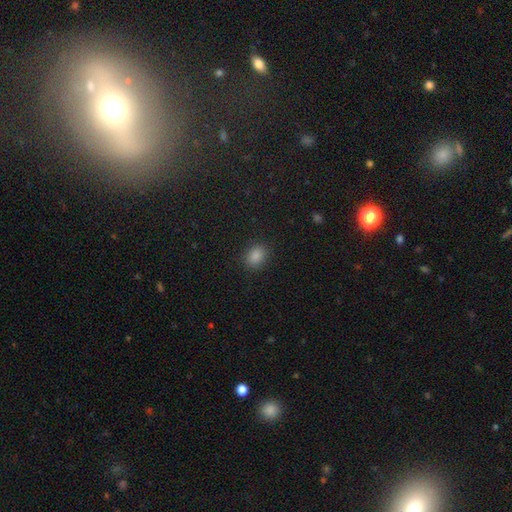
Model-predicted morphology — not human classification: A smooth galaxy with no disk features (86%) that is in between round and cigar-shaped (54%).

Vote fractions:
- Smooth or featured? smooth: 86% / star or artifact: 11% / featured or disk: 3%
- How rounded? in between: 54% / round: 45% / cigar-shaped: 1%
- Merging? none: 88% / minor disturbance: 8% / major disturbance: 3% / merger: 1%